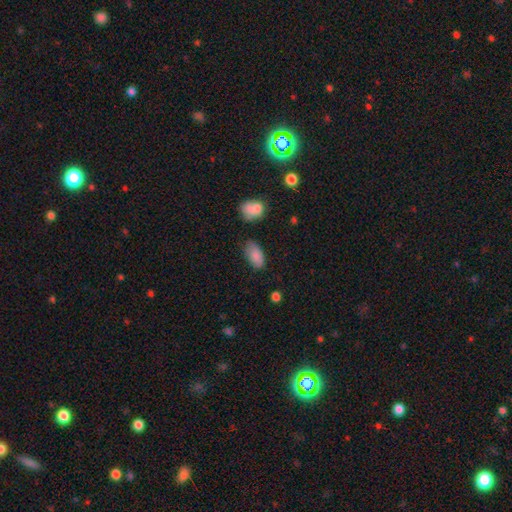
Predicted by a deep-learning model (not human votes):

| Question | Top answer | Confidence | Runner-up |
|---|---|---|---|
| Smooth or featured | smooth | 85% | star or artifact (8%) |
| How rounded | in between | 93% | round (4%) |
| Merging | none | 72% | minor disturbance (20%) |